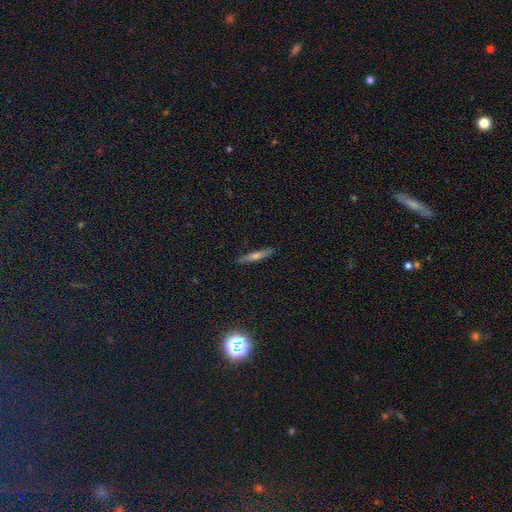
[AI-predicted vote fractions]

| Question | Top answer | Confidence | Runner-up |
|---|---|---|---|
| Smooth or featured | smooth | 49% | featured or disk (40%) |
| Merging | none | 88% | minor disturbance (9%) |